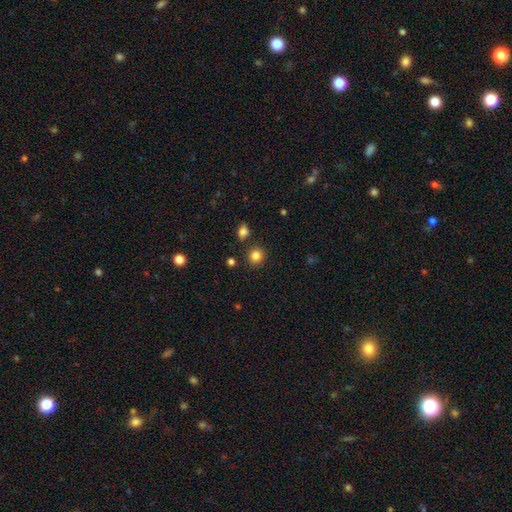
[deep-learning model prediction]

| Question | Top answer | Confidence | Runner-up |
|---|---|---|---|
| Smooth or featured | smooth | 84% | star or artifact (12%) |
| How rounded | round | 87% | in between (12%) |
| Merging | none | 85% | minor disturbance (7%) |